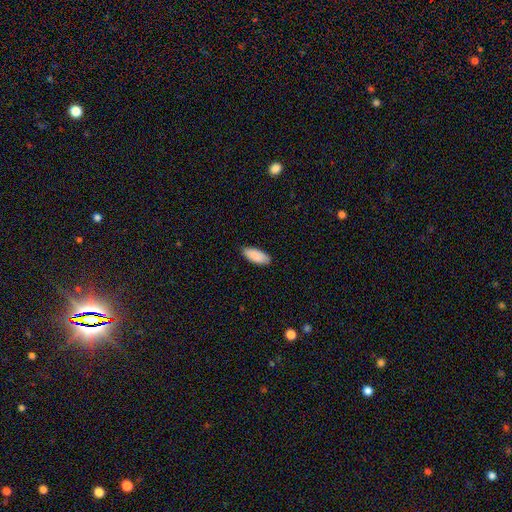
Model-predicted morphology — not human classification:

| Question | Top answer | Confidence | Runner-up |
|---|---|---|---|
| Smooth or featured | smooth | 90% | star or artifact (6%) |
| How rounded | in between | 86% | cigar-shaped (12%) |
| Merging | none | 86% | minor disturbance (11%) |